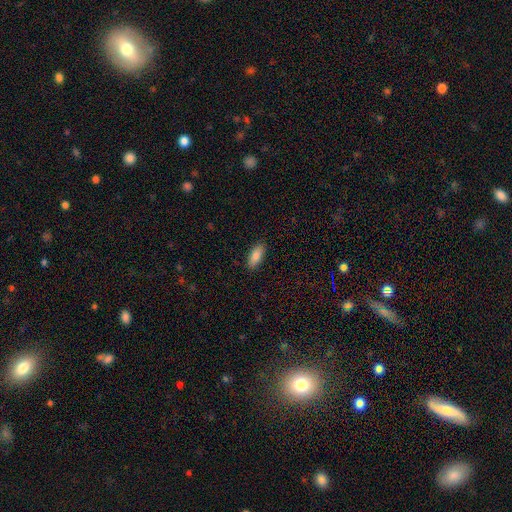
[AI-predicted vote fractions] Smooth or featured: smooth — 87% (featured or disk — 7%)
How rounded: in between — 84% (cigar-shaped — 14%)
Merging: none — 89% (minor disturbance — 8%)